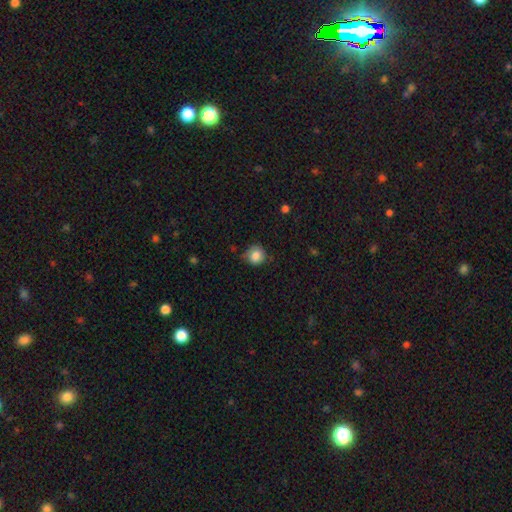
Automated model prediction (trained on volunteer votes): A smooth galaxy with no disk features (82%) that is round (83%). Merging: none (64%).